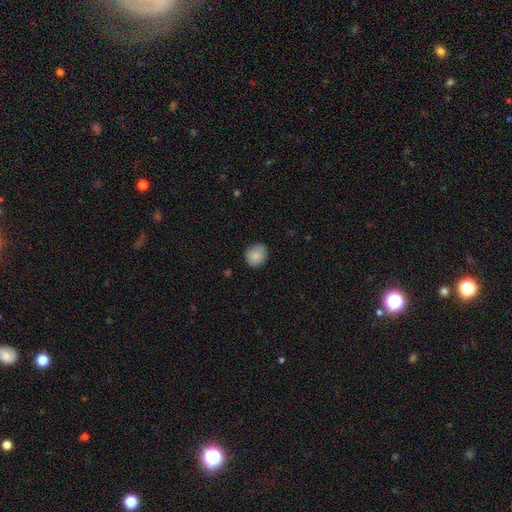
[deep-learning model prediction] The model was most divided on "merging": none: 81%, minor disturbance: 16%, major disturbance: 3%, merger: 1%. More confident: smooth or featured — smooth (85%); how rounded — round (83%).